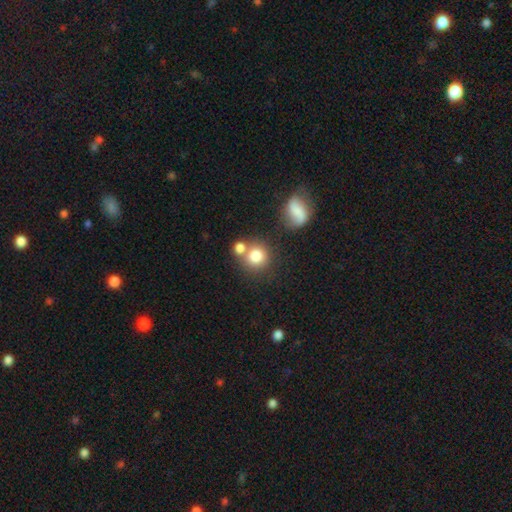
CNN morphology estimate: A smooth galaxy with no disk features (80%) that is round (87%).

Vote fractions:
- Smooth or featured? smooth: 80% / star or artifact: 10% / featured or disk: 10%
- How rounded? round: 87% / in between: 12% / cigar-shaped: 1%
- Merging? none: 56% / merger: 30% / minor disturbance: 10% / major disturbance: 4%